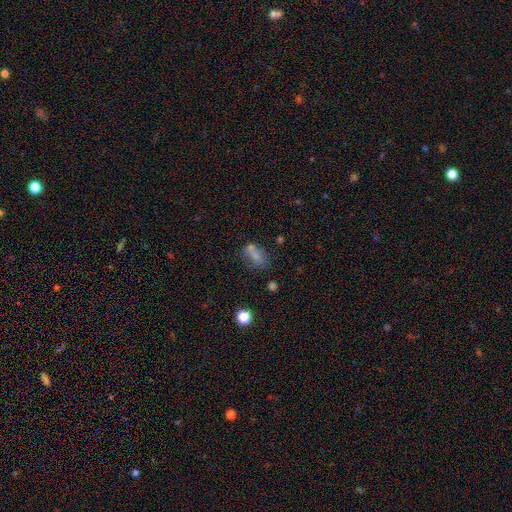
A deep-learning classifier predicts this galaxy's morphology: Smooth or featured: smooth — 59% (star or artifact — 23%)
How rounded: in between — 70% (round — 18%)
Merging: none — 54% (merger — 20%)